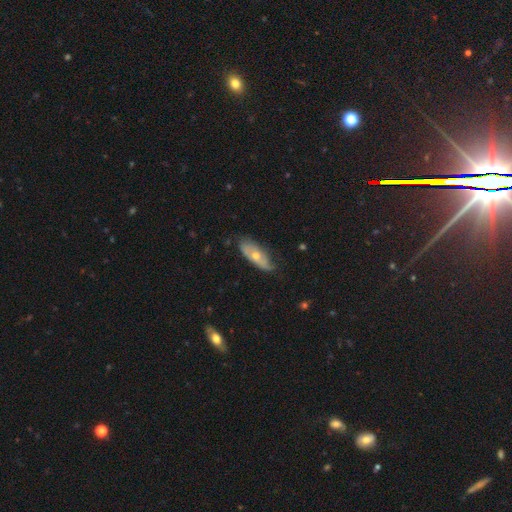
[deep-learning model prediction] Smooth or featured: featured or disk — 56% (smooth — 37%)
Edge-on disk: no — 70% (yes — 30%)
Merging: none — 69% (minor disturbance — 24%)